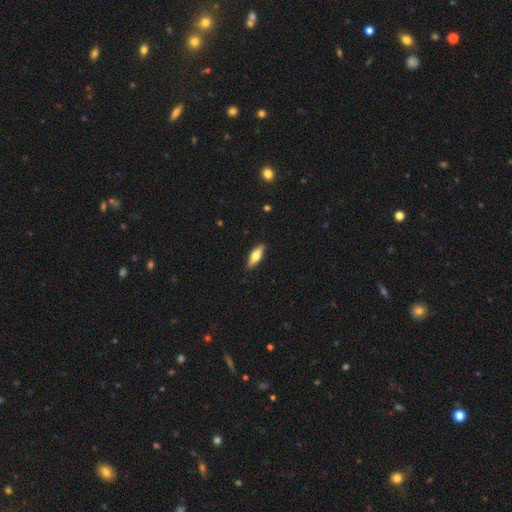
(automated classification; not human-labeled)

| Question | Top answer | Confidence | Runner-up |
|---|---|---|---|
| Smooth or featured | smooth | 61% | featured or disk (33%) |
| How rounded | in between | 57% | cigar-shaped (40%) |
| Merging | none | 89% | minor disturbance (9%) |